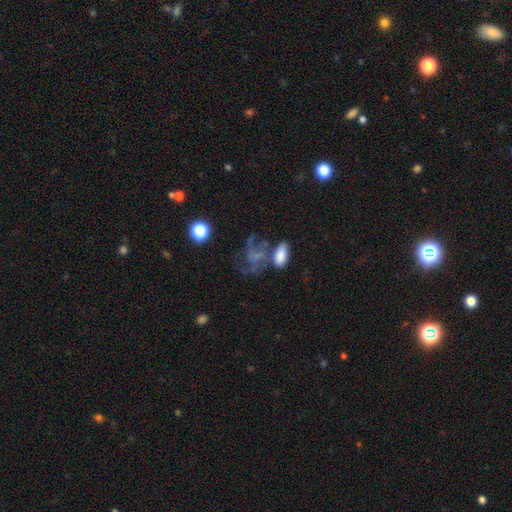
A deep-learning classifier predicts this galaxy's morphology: Smooth or featured? featured or disk (48%)
Merging? major disturbance (33%)